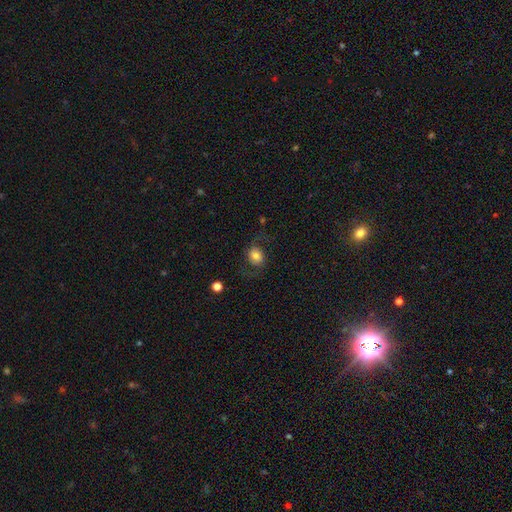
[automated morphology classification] A smooth galaxy with no disk features (56%) that is round (56%).

Vote fractions:
- Smooth or featured? smooth: 56% / featured or disk: 34% / star or artifact: 10%
- How rounded? round: 56% / in between: 42% / cigar-shaped: 1%
- Merging? none: 64% / minor disturbance: 17% / major disturbance: 17% / merger: 2%